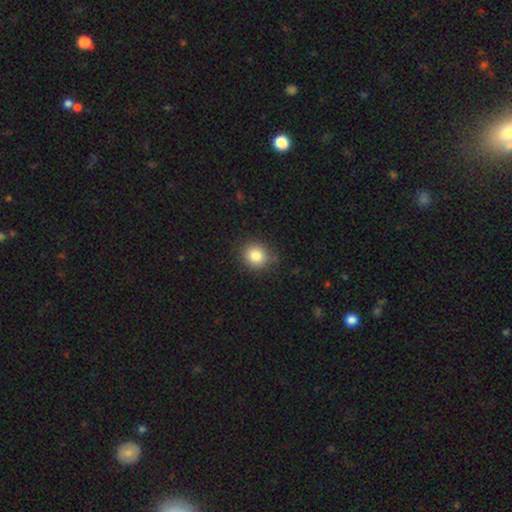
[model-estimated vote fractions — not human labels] Q: Smooth or featured?
A: smooth (83%); runner-up: star or artifact (10%)
Q: How rounded?
A: round (83%); runner-up: in between (16%)
Q: Merging?
A: none (84%); runner-up: minor disturbance (12%)